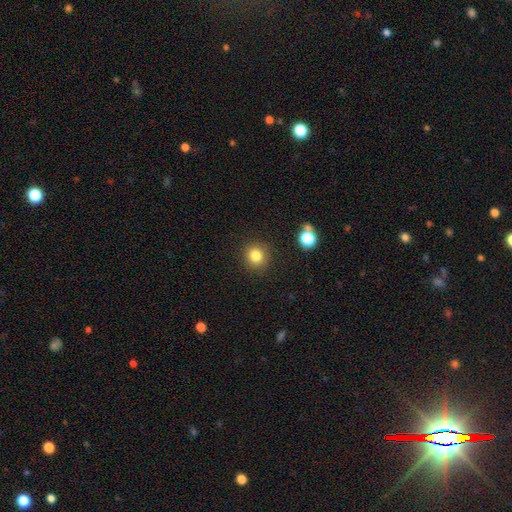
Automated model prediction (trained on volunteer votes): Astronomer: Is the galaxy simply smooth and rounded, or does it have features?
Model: smooth — 83%.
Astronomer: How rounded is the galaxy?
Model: round — 89%.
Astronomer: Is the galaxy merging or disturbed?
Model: none — 88%.